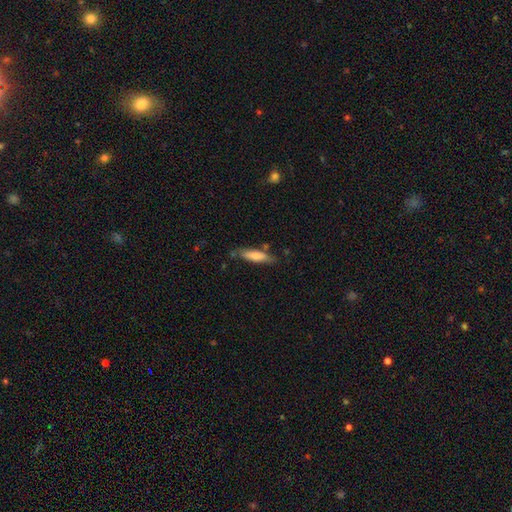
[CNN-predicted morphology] This appears to be a smooth galaxy with no disk features (71%) that is cigar-shaped (69%). Merging: none (71%).